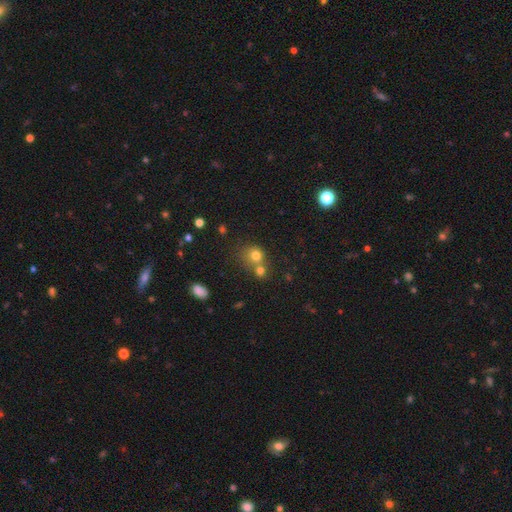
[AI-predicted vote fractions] This is likely a smooth galaxy (74%). How rounded: likely round (78%). Merging: marginally none (44%).